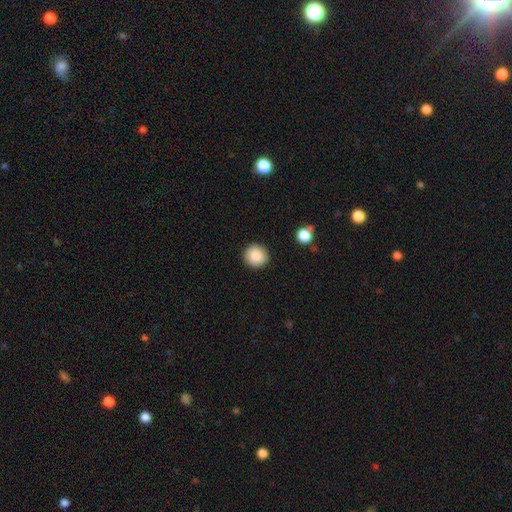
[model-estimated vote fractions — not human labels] Smooth or featured: smooth — 88% (star or artifact — 8%)
How rounded: round — 94% (in between — 5%)
Merging: none — 91% (minor disturbance — 5%)